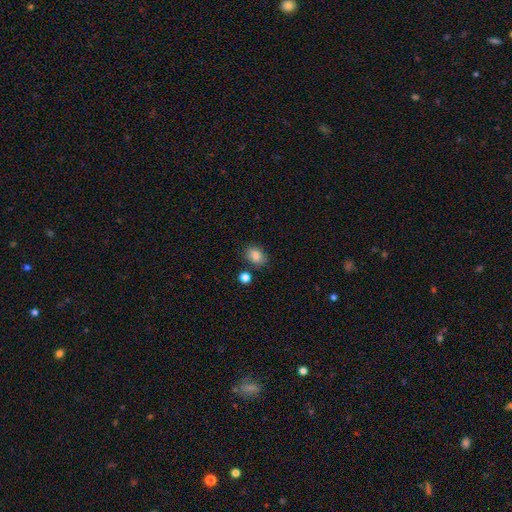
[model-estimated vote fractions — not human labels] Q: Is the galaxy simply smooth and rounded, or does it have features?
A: smooth — 86%.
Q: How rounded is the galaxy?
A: in between — 72%.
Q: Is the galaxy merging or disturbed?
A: none — 77%.